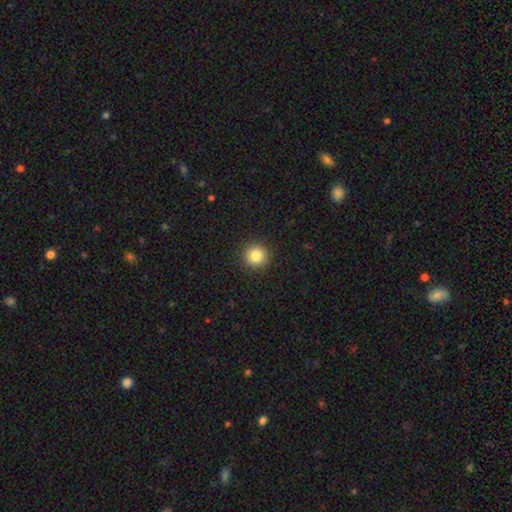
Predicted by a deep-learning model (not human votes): The model was most divided on "smooth or featured": smooth: 84%, star or artifact: 11%, featured or disk: 6%. More confident: how rounded — round (95%); merging — none (92%).